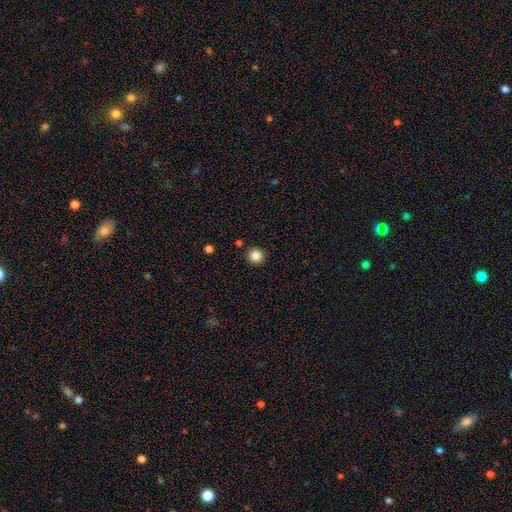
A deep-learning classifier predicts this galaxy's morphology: type=smooth (85%); roundness=round (96%); merging=none (92%).